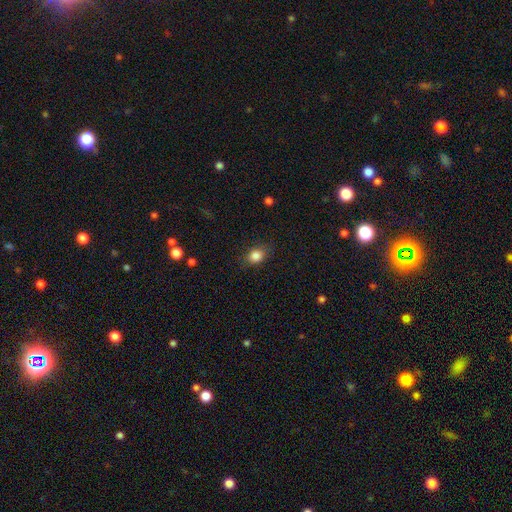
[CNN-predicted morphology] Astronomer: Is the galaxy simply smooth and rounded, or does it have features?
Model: smooth — 84%.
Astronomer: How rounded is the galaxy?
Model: round — 50% (runner-up: in between, 49%).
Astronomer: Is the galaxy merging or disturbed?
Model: none — 81%.